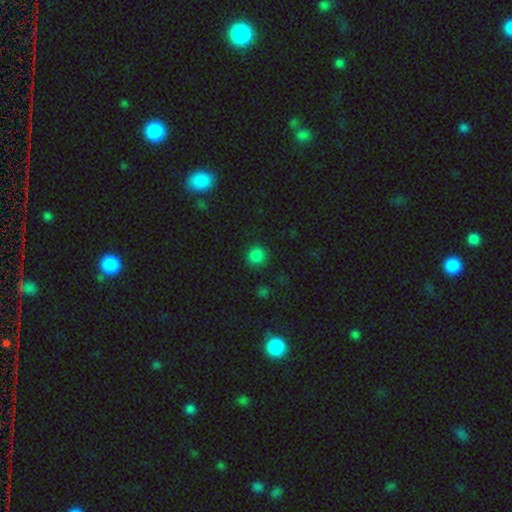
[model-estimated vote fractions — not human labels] smooth_or_featured: smooth (p=0.84) [alt: star or artifact p=0.13]
how_rounded: round (p=0.94) [alt: in between p=0.05]
merging: none (p=0.89) [alt: minor disturbance p=0.07]